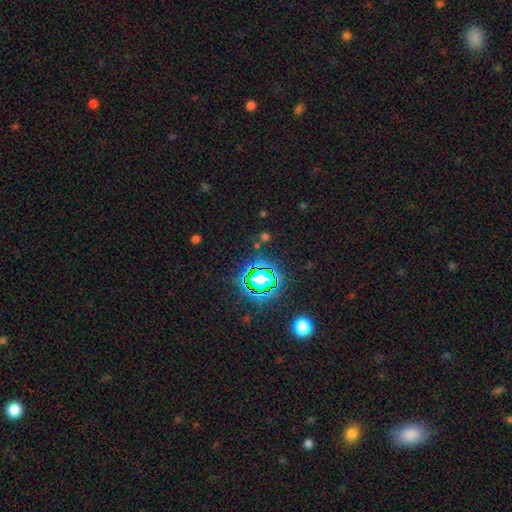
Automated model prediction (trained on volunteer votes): Smooth or featured?
  - star or artifact: 79% *
  - smooth: 14%
  - featured or disk: 7%